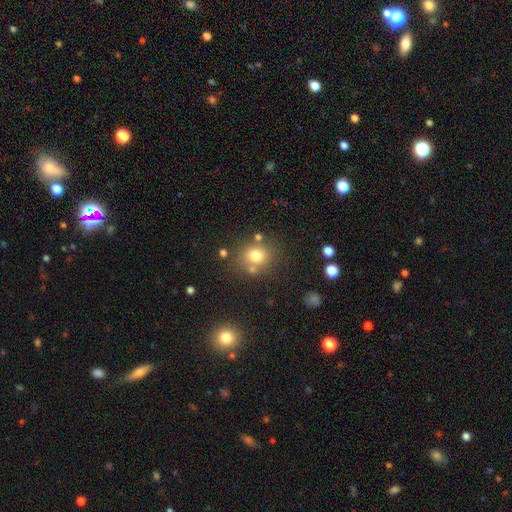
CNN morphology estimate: Smooth or featured?
  - smooth: 74% *
  - star or artifact: 14%
  - featured or disk: 11%
How rounded?
  - round: 73% *
  - in between: 26%
  - cigar-shaped: 1%
Merging?
  - none: 71% *
  - minor disturbance: 13%
  - merger: 12%
  - major disturbance: 5%